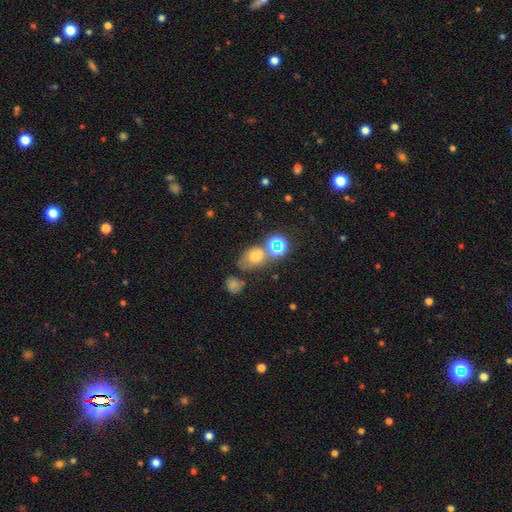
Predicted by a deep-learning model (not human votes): smooth_or_featured: smooth (p=0.57) [alt: star or artifact p=0.26]
how_rounded: in between (p=0.66) [alt: round p=0.32]
merging: none (p=0.48) [alt: merger p=0.22]